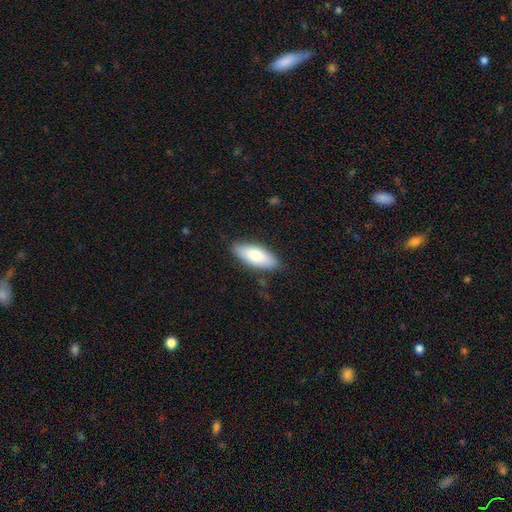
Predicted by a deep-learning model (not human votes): This is likely a smooth galaxy (76%). How rounded: likely in between (77%). Merging: clearly none (84%).